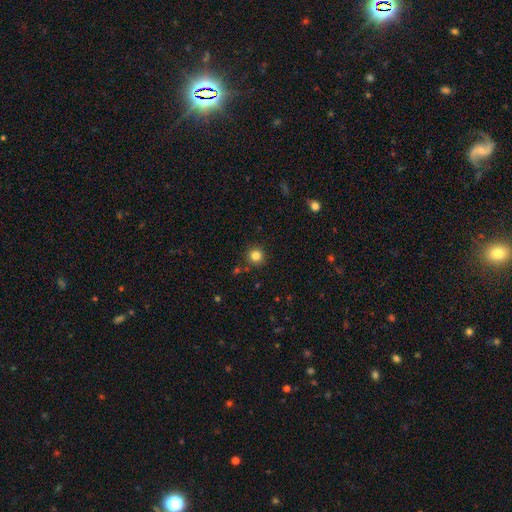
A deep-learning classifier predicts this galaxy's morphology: Overall: smooth (82%). How rounded: round (94%). Merging: none (89%).